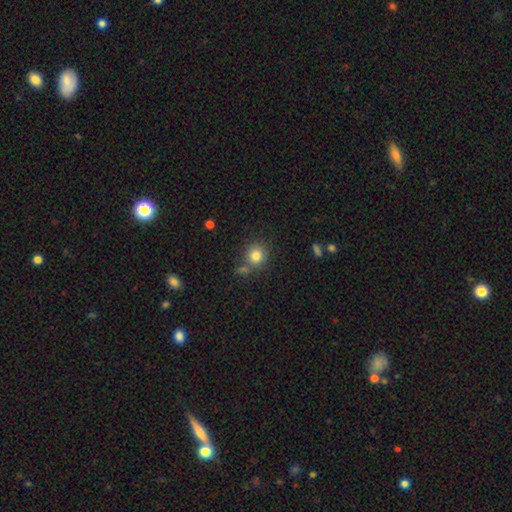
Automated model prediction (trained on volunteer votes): Smooth or featured?
  - smooth: 80% *
  - star or artifact: 12%
  - featured or disk: 8%
How rounded?
  - round: 86% *
  - in between: 14%
  - cigar-shaped: 1%
Merging?
  - none: 71% *
  - merger: 14%
  - minor disturbance: 11%
  - major disturbance: 4%